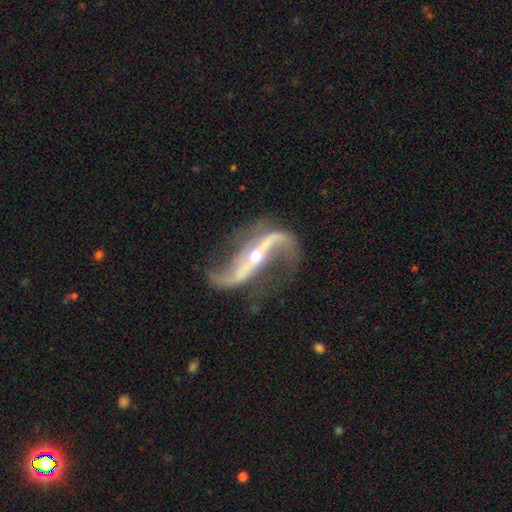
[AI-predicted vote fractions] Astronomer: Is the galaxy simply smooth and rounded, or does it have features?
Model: featured or disk — 92%.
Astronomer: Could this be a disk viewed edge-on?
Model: no — 93%.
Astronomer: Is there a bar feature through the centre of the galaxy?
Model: strong — 60%.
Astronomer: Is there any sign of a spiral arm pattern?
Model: yes — 97%.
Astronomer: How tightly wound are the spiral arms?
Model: loose — 84%.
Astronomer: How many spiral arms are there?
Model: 2 — 93%.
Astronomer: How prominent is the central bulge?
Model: small — 62%.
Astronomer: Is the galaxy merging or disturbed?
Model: none — 69%.